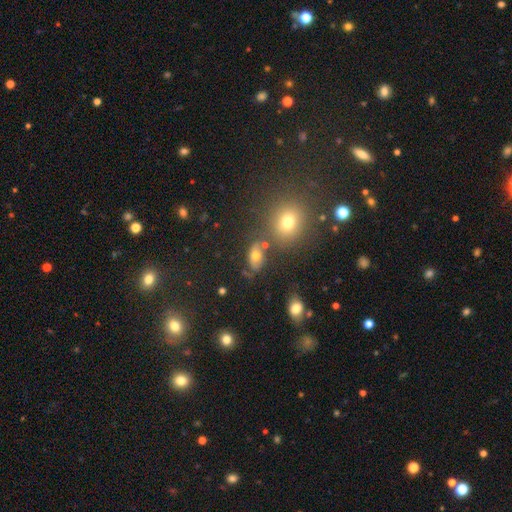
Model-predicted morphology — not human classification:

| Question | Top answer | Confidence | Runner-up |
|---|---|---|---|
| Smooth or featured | smooth | 68% | star or artifact (16%) |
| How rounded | in between | 80% | round (16%) |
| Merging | none | 68% | minor disturbance (15%) |